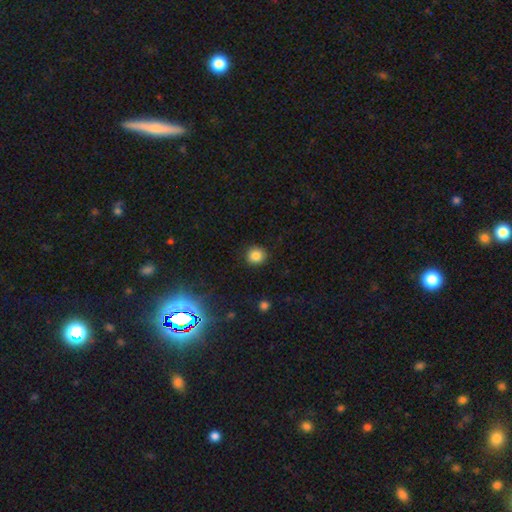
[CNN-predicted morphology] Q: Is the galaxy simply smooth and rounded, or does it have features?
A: smooth — 84%.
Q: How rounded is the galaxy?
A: round — 90%.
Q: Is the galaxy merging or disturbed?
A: none — 90%.